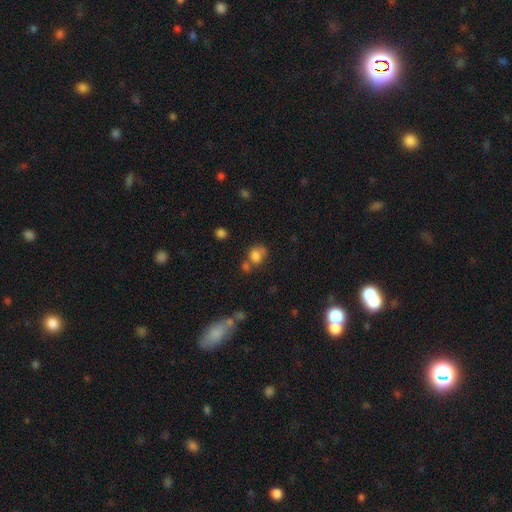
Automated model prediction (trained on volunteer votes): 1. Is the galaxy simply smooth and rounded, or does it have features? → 77% smooth, 12% star or artifact, 11% featured or disk.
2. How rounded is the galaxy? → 60% round, 39% in between, 1% cigar-shaped.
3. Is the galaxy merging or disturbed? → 44% none, 29% merger, 18% minor disturbance, 9% major disturbance.